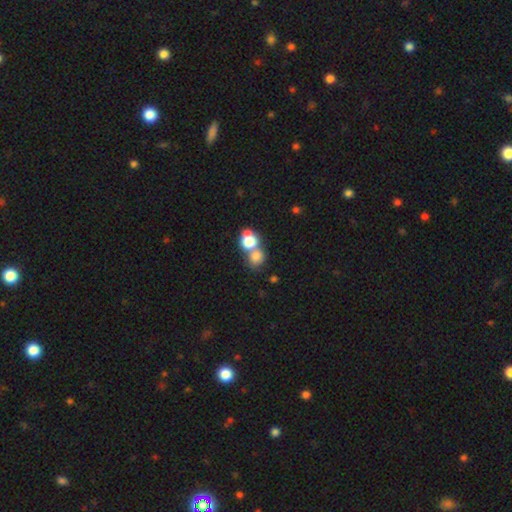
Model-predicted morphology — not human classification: Smooth or featured?
  - smooth: 73% *
  - star or artifact: 14%
  - featured or disk: 13%
How rounded?
  - round: 65% *
  - in between: 34%
  - cigar-shaped: 1%
Merging?
  - merger: 55% *
  - none: 33%
  - minor disturbance: 7%
  - major disturbance: 4%